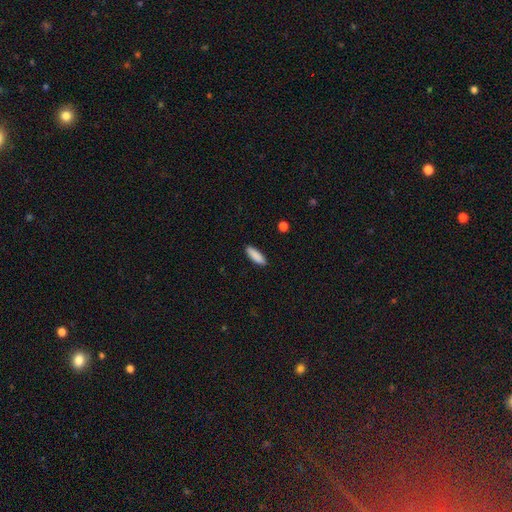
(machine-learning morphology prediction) Smooth or featured?
  - smooth: 89% *
  - star or artifact: 6%
  - featured or disk: 5%
How rounded?
  - cigar-shaped: 50% *
  - in between: 49%
  - round: 2%
Merging?
  - none: 90% *
  - minor disturbance: 7%
  - major disturbance: 2%
  - merger: 1%